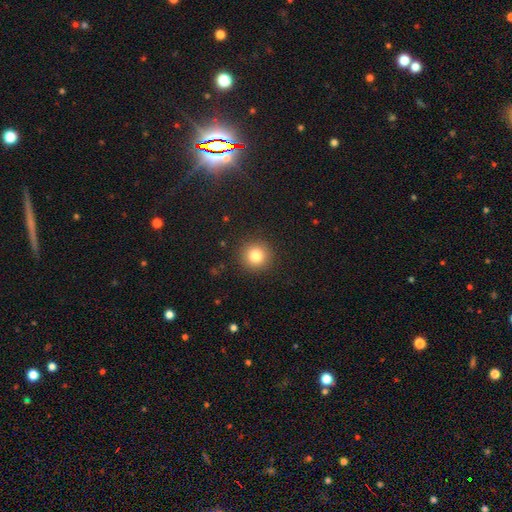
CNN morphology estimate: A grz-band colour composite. It shows a smooth galaxy with no disk features (82%) that is round (94%). Merging: none (91%).